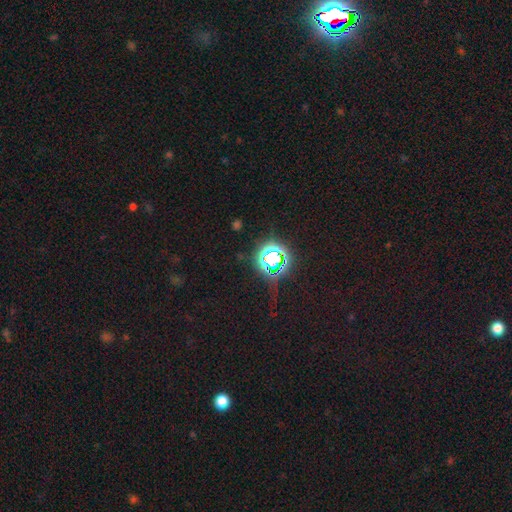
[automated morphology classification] This is likely a star or artifact rather than a galaxy (77%).